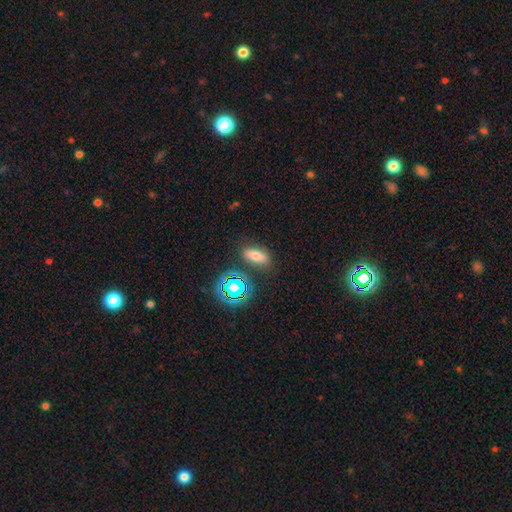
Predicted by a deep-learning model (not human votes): A smooth galaxy with no disk features (63%) that is in between round and cigar-shaped (77%).

Vote fractions:
- Smooth or featured? smooth: 63% / star or artifact: 22% / featured or disk: 14%
- How rounded? in between: 77% / cigar-shaped: 13% / round: 9%
- Merging? none: 81% / minor disturbance: 12% / major disturbance: 4% / merger: 4%